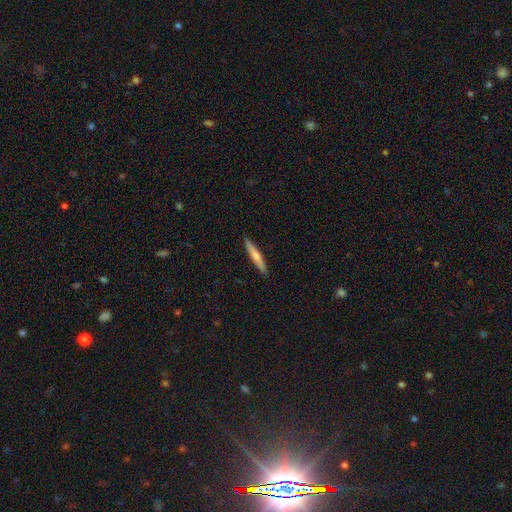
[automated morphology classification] type=smooth (71%); roundness=cigar-shaped (93%); merging=none (91%).